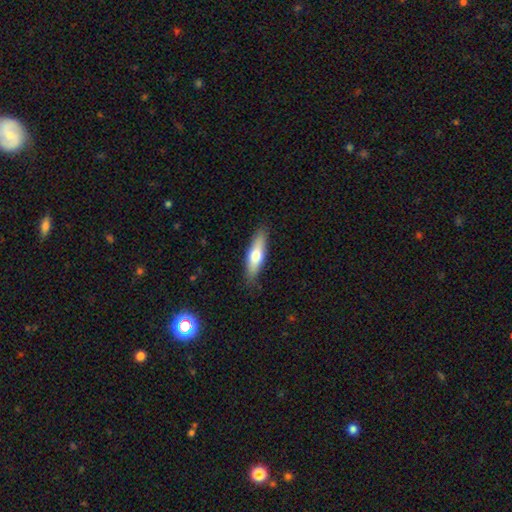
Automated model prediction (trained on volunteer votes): A smooth galaxy with no disk features (61%) that is cigar-shaped (60%).

Vote fractions:
- Smooth or featured? smooth: 61% / featured or disk: 34% / star or artifact: 6%
- How rounded? cigar-shaped: 60% / in between: 38% / round: 2%
- Merging? none: 87% / minor disturbance: 10% / major disturbance: 2% / merger: 1%